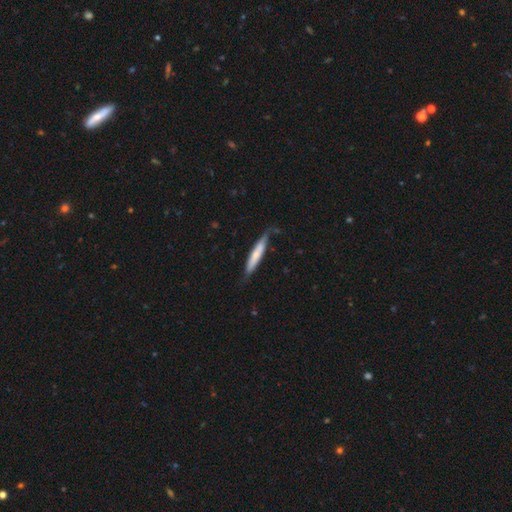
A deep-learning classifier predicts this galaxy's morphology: smooth-or-featured: smooth: 62% | featured or disk: 33% | star or artifact: 5%
  how-rounded: cigar-shaped: 89% | in between: 9% | round: 1%
  merging: none: 66% | minor disturbance: 26% | major disturbance: 6% | merger: 2%